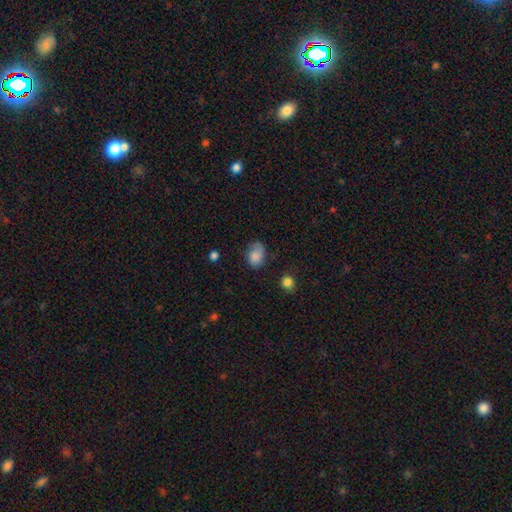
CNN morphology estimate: This appears to be a smooth galaxy with no disk features (79%) that is in between round and cigar-shaped (73%). Merging: none (51%).